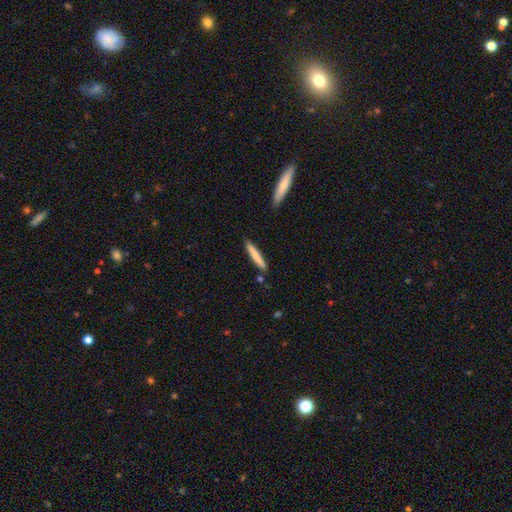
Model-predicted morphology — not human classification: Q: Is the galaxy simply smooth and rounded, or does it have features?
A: smooth — 74%.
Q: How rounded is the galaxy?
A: cigar-shaped — 93%.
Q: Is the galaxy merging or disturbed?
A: none — 86%.